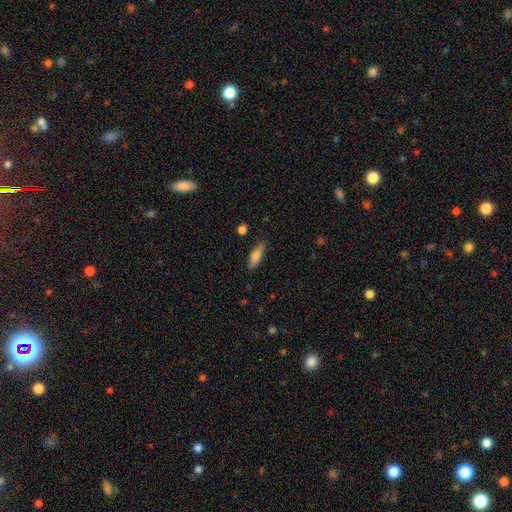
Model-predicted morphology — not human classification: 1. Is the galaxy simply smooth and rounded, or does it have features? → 77% smooth, 16% featured or disk, 7% star or artifact.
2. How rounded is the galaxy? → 56% in between, 41% cigar-shaped, 2% round.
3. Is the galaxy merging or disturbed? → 82% none, 14% minor disturbance, 3% major disturbance, 2% merger.